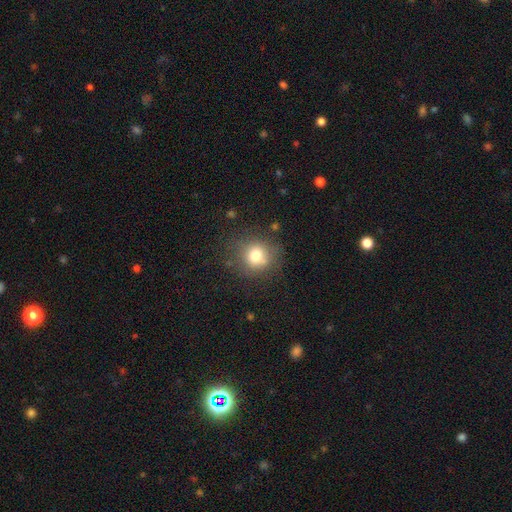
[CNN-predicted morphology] A smooth galaxy with no disk features (75%) that is round (88%). Merging: none (76%).